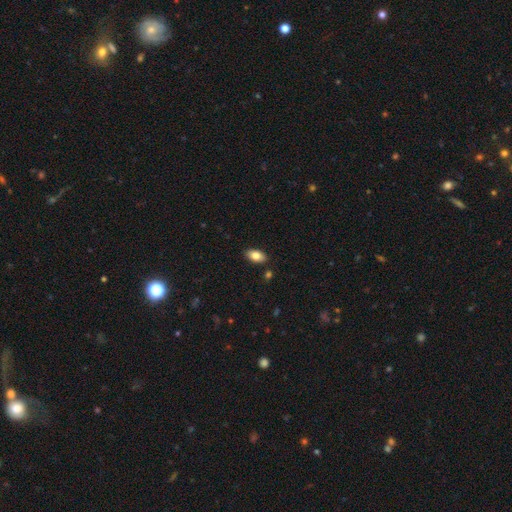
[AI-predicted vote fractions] smooth_or_featured: smooth (p=0.81) [alt: featured or disk p=0.11]
how_rounded: in between (p=0.93) [alt: round p=0.04]
merging: none (p=0.87) [alt: minor disturbance p=0.09]